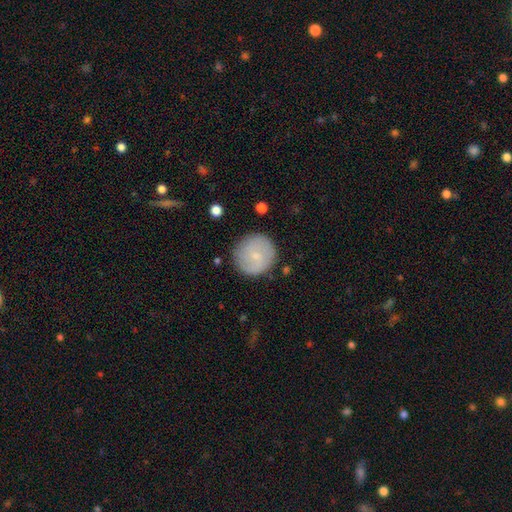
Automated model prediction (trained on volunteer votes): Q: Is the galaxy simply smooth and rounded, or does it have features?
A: smooth — 67%.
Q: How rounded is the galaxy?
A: round — 94%.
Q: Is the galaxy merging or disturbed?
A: none — 84%.